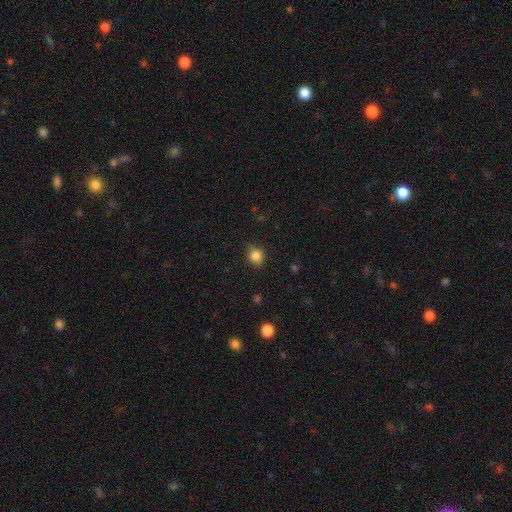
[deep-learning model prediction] Smooth or featured? Predicted: smooth (p=0.83). How rounded? Predicted: round (p=0.72). Merging? Predicted: none (p=0.78).